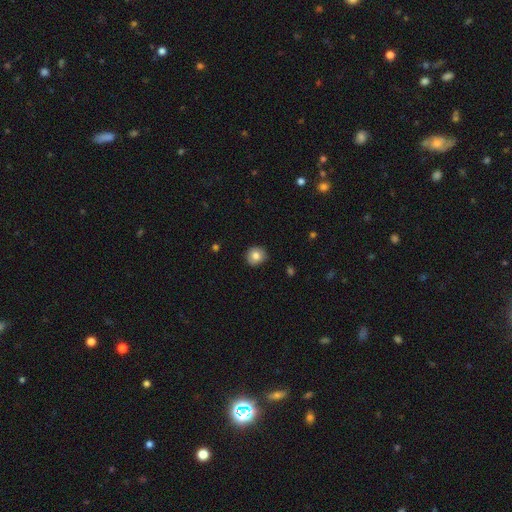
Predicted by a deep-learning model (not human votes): Overall: smooth (82%). How rounded: round (89%). Merging: none (88%).